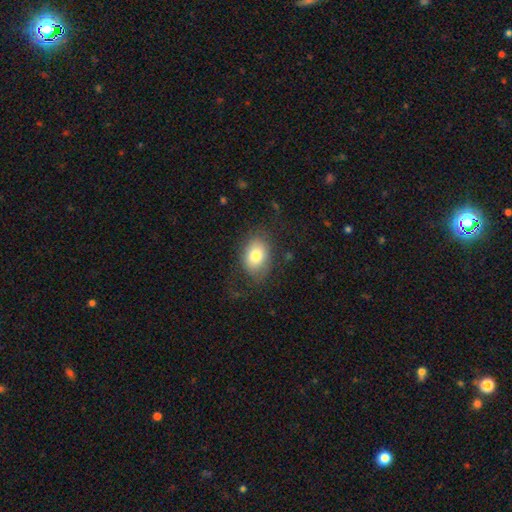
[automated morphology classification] Smooth or featured? smooth (78%)
How rounded? in between (73%)
Merging? none (71%)